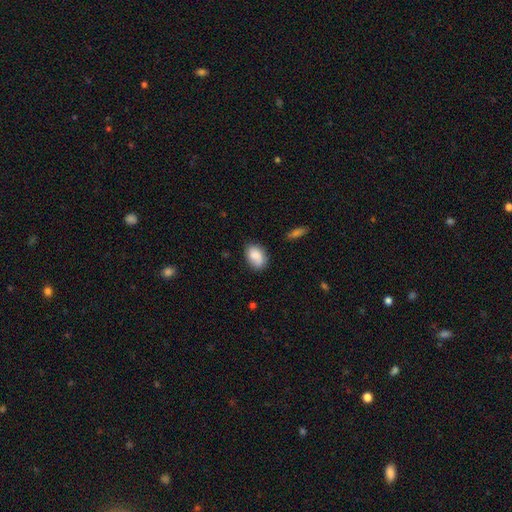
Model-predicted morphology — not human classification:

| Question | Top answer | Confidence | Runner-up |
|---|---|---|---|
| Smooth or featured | smooth | 80% | featured or disk (13%) |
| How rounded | in between | 79% | round (20%) |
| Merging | none | 67% | minor disturbance (24%) |